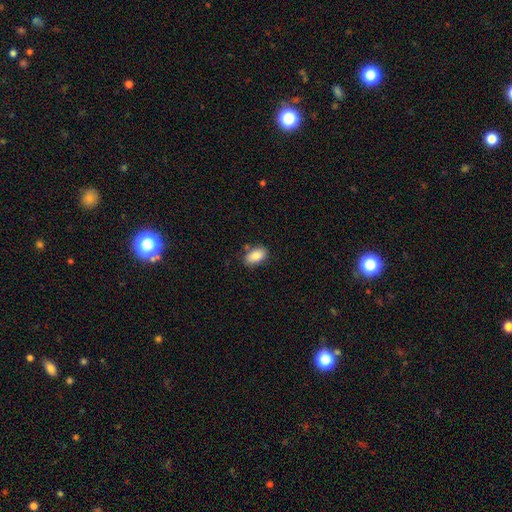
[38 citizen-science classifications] smooth_or_featured: smooth (p=0.87) [alt: featured or disk p=0.08]
how_rounded: in between (p=0.94) [alt: round p=0.06]
merging: none (p=0.89) [alt: minor disturbance p=0.08]